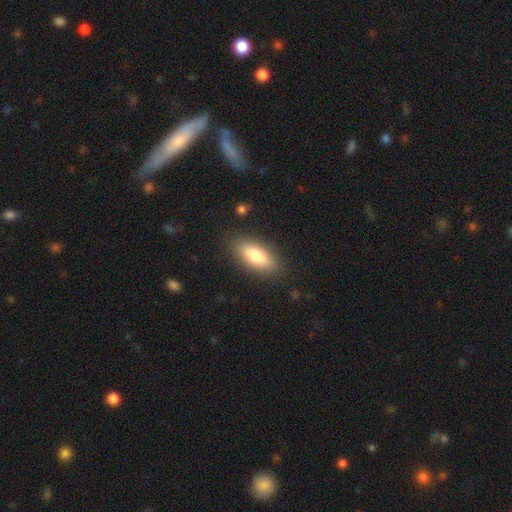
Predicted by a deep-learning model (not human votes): Overall: smooth (78%). How rounded: in between (80%). Merging: none (85%).